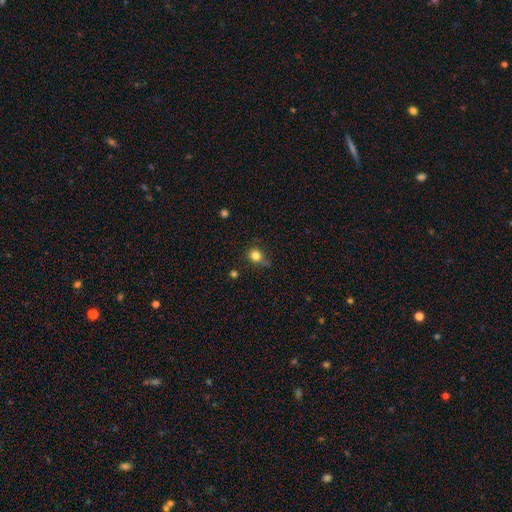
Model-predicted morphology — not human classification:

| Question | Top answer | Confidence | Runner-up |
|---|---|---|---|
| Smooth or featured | smooth | 81% | star or artifact (12%) |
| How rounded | round | 76% | in between (23%) |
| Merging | none | 60% | minor disturbance (29%) |